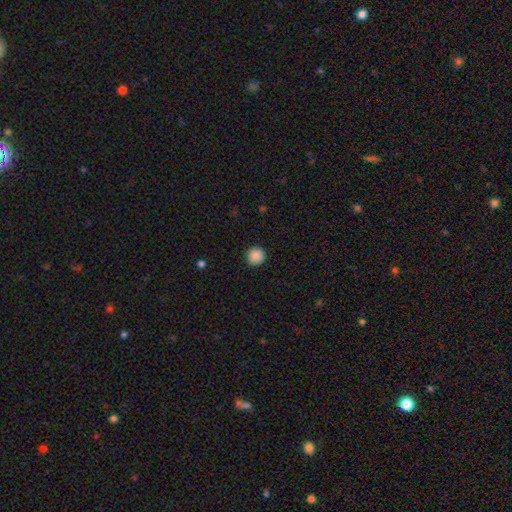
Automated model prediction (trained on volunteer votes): Smooth or featured: smooth — 88% (star or artifact — 9%)
How rounded: round — 95% (in between — 4%)
Merging: none — 89% (minor disturbance — 8%)